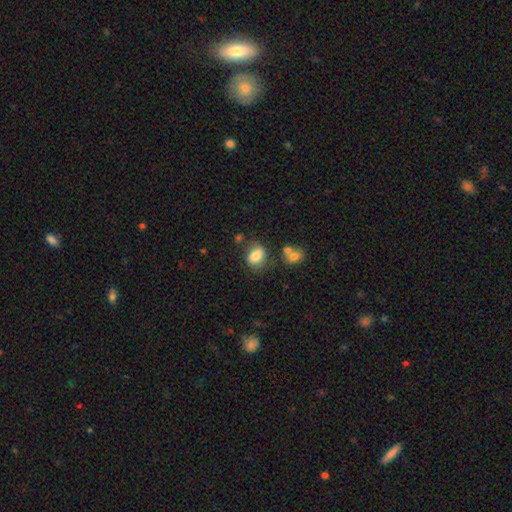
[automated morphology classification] smooth-or-featured: smooth: 75% | featured or disk: 15% | star or artifact: 9%
  how-rounded: in between: 62% | round: 36% | cigar-shaped: 1%
  merging: none: 60% | minor disturbance: 21% | merger: 11% | major disturbance: 8%